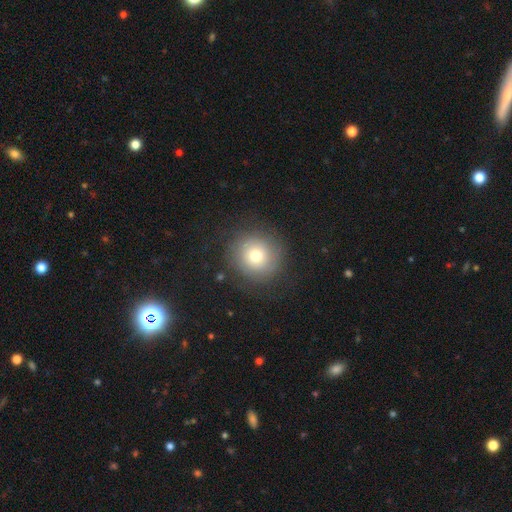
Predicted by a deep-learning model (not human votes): Smooth or featured? smooth (69%)
How rounded? round (93%)
Merging? none (82%)